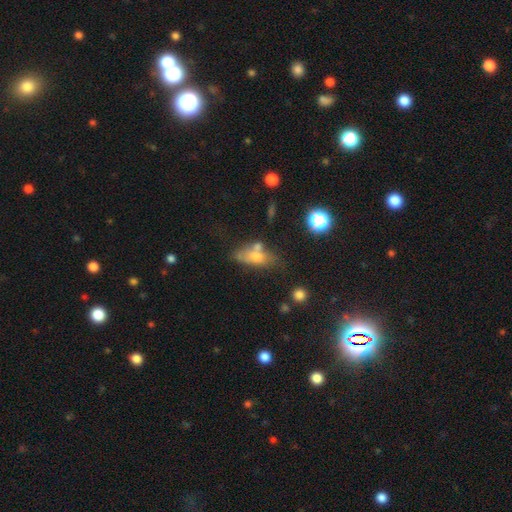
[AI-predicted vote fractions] A smooth galaxy with no disk features (57%) that is in between round and cigar-shaped (76%). Merging: none (44%).